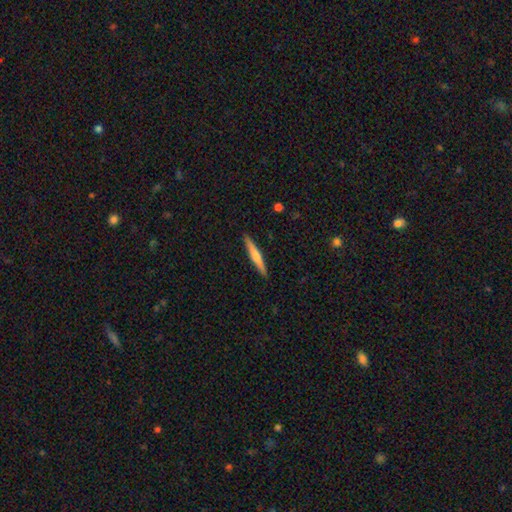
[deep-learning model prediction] This is possibly a featured or disk galaxy (50%). It is clearly viewed edge-on (97%). Merging: clearly none (91%).